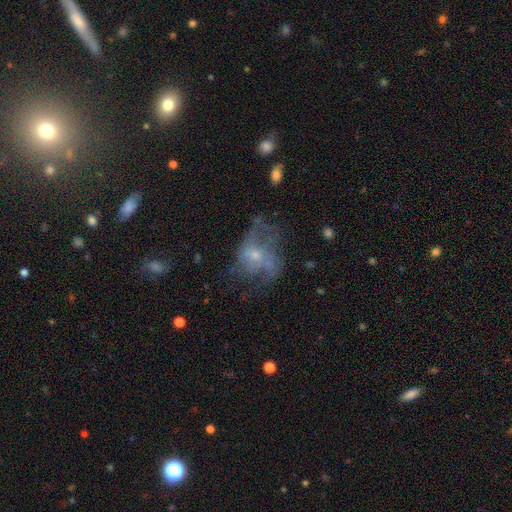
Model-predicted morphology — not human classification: smooth-or-featured: featured or disk: 57% | smooth: 30% | star or artifact: 13%
  disk-edge-on: no: 97% | yes: 3%
    bar: no: 77% | weak: 19% | strong: 3%
    has-spiral-arms: no: 53% | yes: 47%
    bulge-size: small: 62% | moderate: 23% | none: 11% | large: 2% | dominant: 1%
  merging: major disturbance: 39% | none: 37% | minor disturbance: 21% | merger: 4%